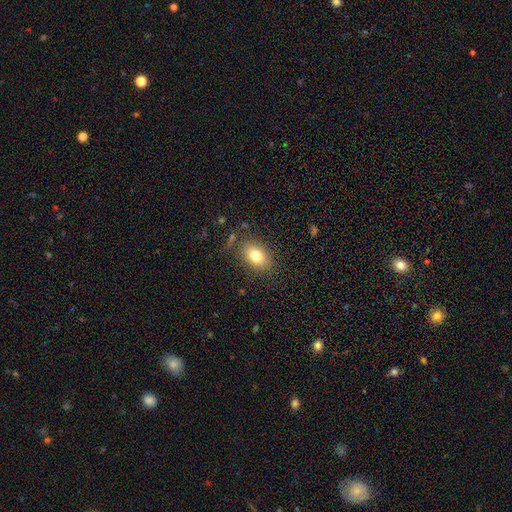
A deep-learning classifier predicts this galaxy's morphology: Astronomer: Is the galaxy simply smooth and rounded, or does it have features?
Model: smooth — 79%.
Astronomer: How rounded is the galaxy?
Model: in between — 84%.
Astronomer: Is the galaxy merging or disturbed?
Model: none — 82%.